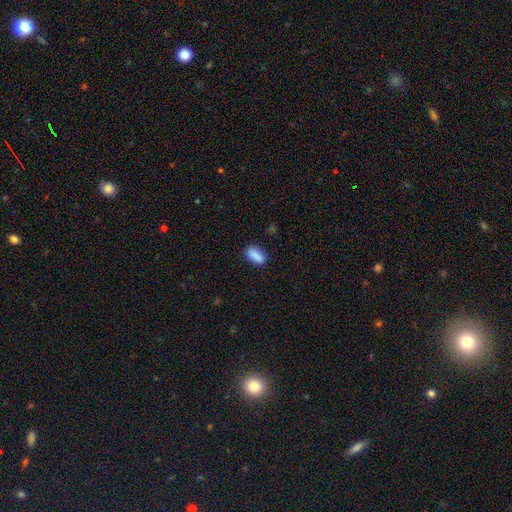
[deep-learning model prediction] Smooth or featured? Predicted: smooth (p=0.87). How rounded? Predicted: in between (p=0.82). Merging? Predicted: none (p=0.81).